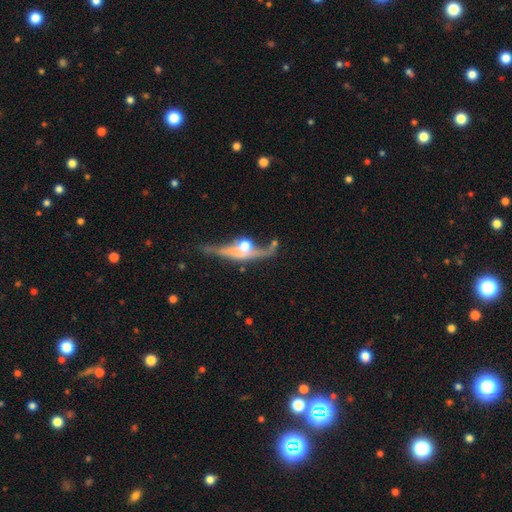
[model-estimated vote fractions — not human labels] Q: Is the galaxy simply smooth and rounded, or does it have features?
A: featured or disk — 79%.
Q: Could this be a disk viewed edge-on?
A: yes — 80%.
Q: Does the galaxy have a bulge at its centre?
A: rounded — 89%.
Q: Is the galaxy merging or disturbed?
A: none — 48%.